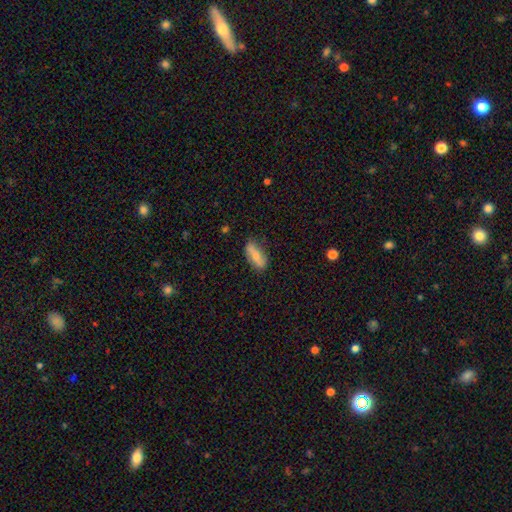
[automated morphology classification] The model was most divided on "smooth or featured": smooth: 62%, featured or disk: 31%, star or artifact: 7%. More confident: merging — none (76%); how rounded — in between (74%).